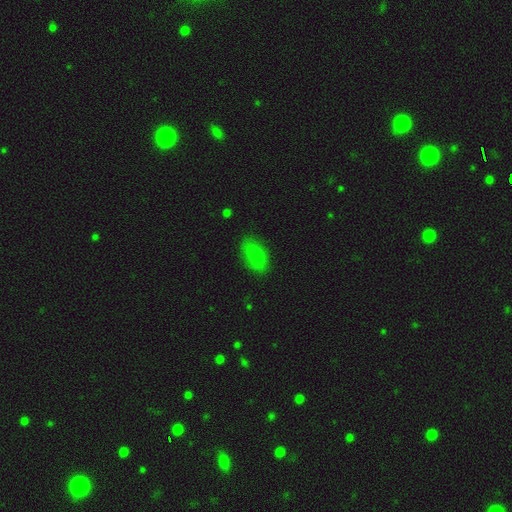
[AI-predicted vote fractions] Overall: smooth (80%). How rounded: in between (92%). Merging: none (79%).